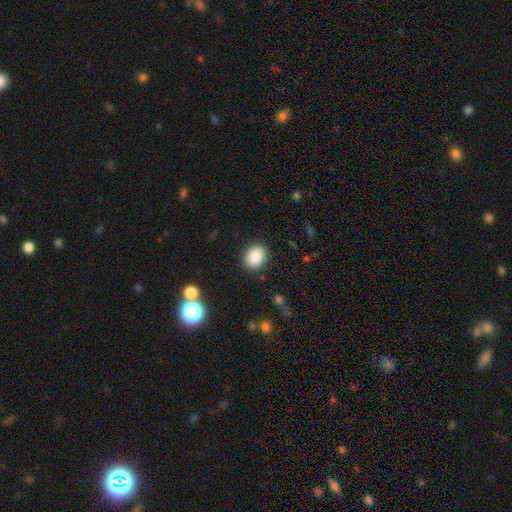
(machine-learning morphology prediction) Smooth or featured?
  - smooth: 87% *
  - star or artifact: 9%
  - featured or disk: 4%
How rounded?
  - in between: 54% *
  - round: 45%
  - cigar-shaped: 1%
Merging?
  - none: 87% *
  - minor disturbance: 9%
  - major disturbance: 3%
  - merger: 1%